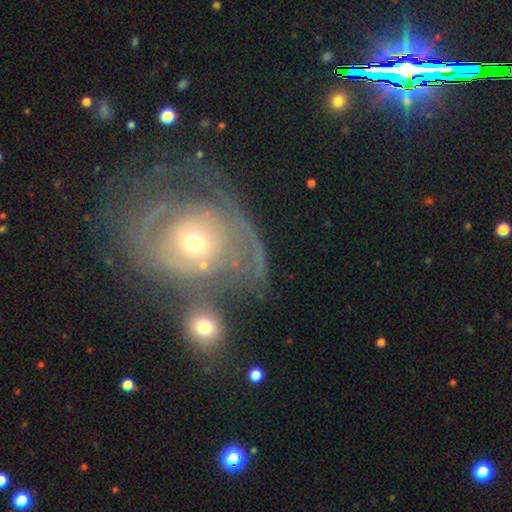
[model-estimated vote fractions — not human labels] Morphology: type=featured or disk (72%); edge-on=no (95%); bar=no (77%); spiral arms=yes (73%); winding=tight (64%); arm count=can't tell (48%); bulge=moderate (49%); merging=none (43%).